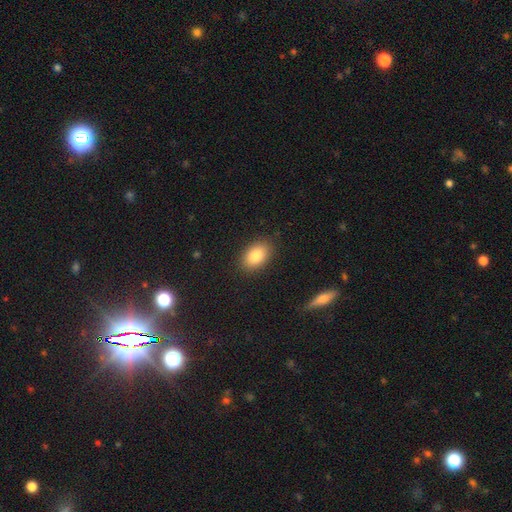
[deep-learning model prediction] Smooth or featured?
  - smooth: 85% *
  - star or artifact: 8%
  - featured or disk: 8%
How rounded?
  - in between: 87% *
  - round: 12%
  - cigar-shaped: 1%
Merging?
  - none: 88% *
  - minor disturbance: 9%
  - major disturbance: 2%
  - merger: 1%